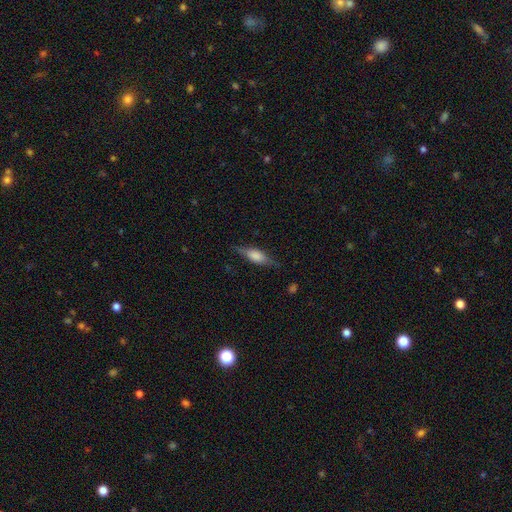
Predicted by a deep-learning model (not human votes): The model was most divided on "smooth or featured": smooth: 50%, featured or disk: 43%, star or artifact: 7%. More confident: merging — none (75%).